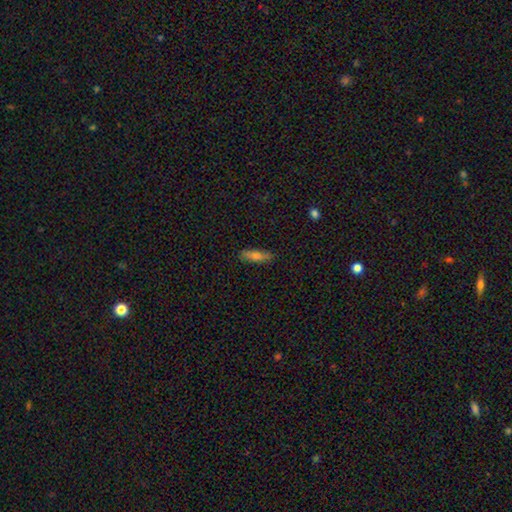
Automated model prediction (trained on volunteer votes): This is likely a smooth galaxy (67%). How rounded: possibly cigar-shaped (59%). Merging: clearly none (87%).